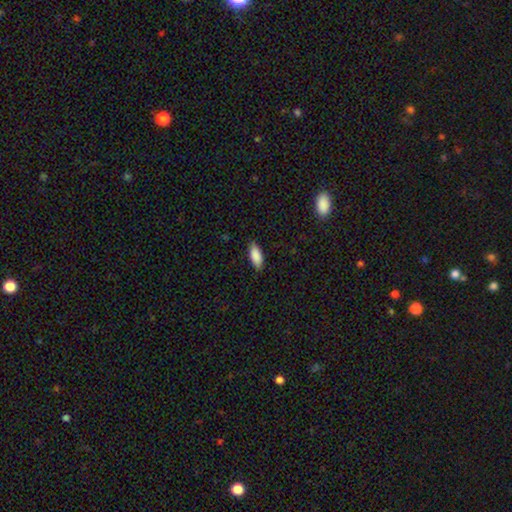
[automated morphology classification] smooth-or-featured: smooth: 87% | star or artifact: 6% | featured or disk: 6%
  how-rounded: in between: 80% | cigar-shaped: 18% | round: 2%
  merging: none: 86% | minor disturbance: 11% | major disturbance: 2% | merger: 1%